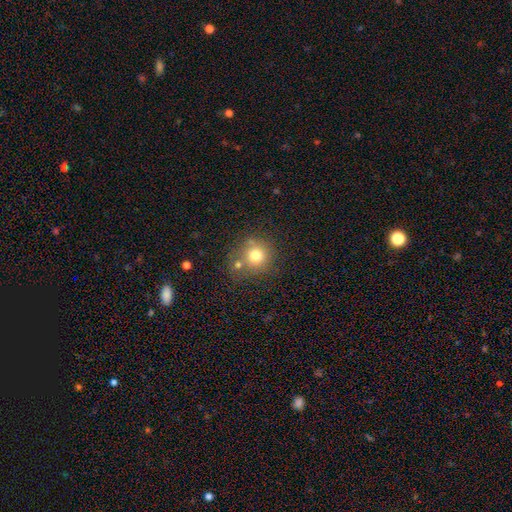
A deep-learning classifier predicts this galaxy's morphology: Smooth or featured? smooth (76%)
How rounded? round (90%)
Merging? none (66%)